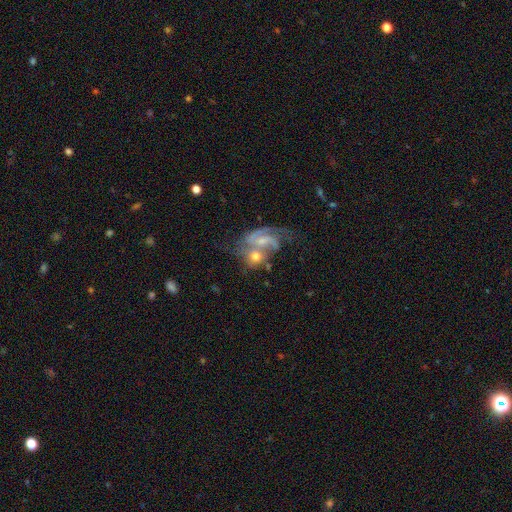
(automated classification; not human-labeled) smooth-or-featured: featured or disk: 72% | smooth: 19% | star or artifact: 9%
  disk-edge-on: no: 96% | yes: 4%
    bar: no: 50% | weak: 39% | strong: 11%
    has-spiral-arms: yes: 89% | no: 11%
      spiral-winding: medium: 48% | tight: 26% | loose: 26%
      spiral-arm-count: 2: 67% | can't tell: 13% | 1: 10% | 3: 6% | 4: 2% | more than 4: 2%
    bulge-size: small: 50% | moderate: 37% | none: 7% | large: 4% | dominant: 2%
  merging: merger: 46% | none: 30% | minor disturbance: 12% | major disturbance: 12%